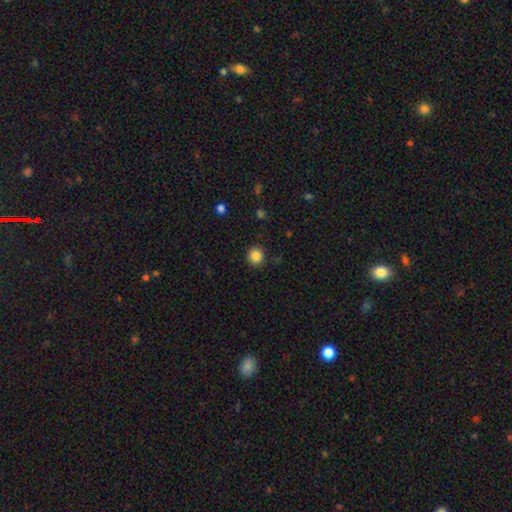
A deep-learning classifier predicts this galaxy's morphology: Smooth or featured? smooth (85%)
How rounded? round (90%)
Merging? none (91%)